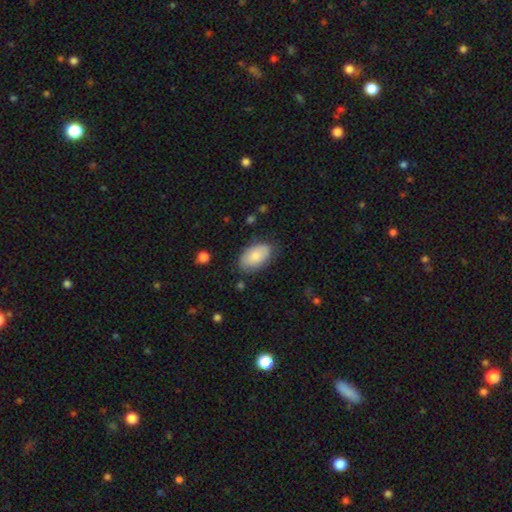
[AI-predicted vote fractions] The model was most divided on "merging": none: 77%, minor disturbance: 18%, major disturbance: 4%, merger: 2%. More confident: how rounded — in between (93%); smooth or featured — smooth (78%).